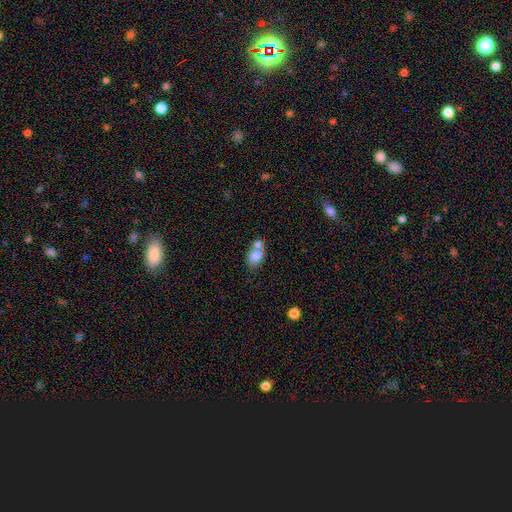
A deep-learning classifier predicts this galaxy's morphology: The model was most divided on "merging" (2-way tie): none: 40%, merger: 40%, minor disturbance: 15%, major disturbance: 6%. More confident: smooth or featured — smooth (78%); how rounded — in between (77%).